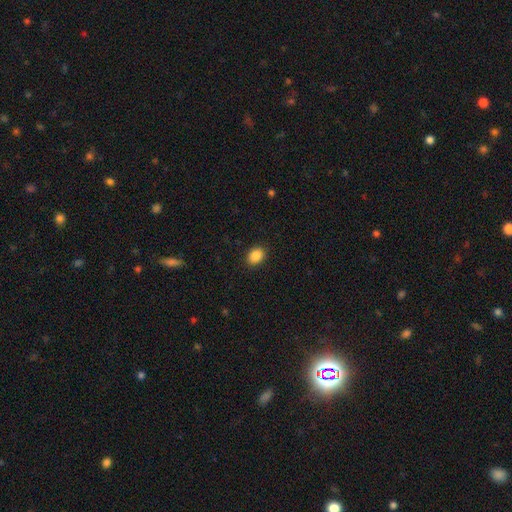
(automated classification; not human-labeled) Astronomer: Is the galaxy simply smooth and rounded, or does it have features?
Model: smooth — 88%.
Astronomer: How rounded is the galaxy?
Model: in between — 67%.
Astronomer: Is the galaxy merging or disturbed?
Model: none — 90%.